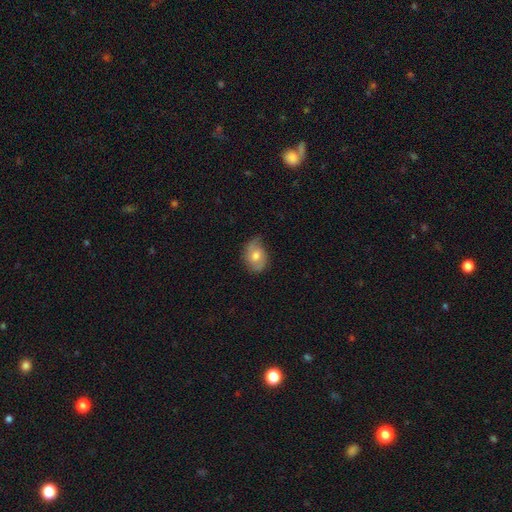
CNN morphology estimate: smooth 54%, featured or disk 39%, star or artifact 7%. Down the decision tree: how rounded — in between (66%); merging — none (54%).